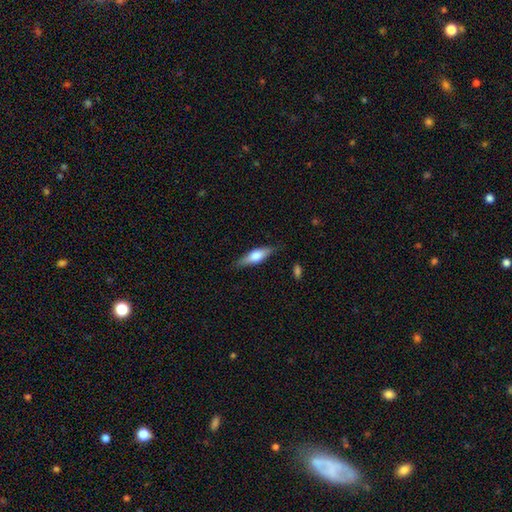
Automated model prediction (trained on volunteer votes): Q: Smooth or featured?
A: featured or disk (49%); runner-up: smooth (45%)
Q: Merging?
A: none (84%); runner-up: minor disturbance (12%)